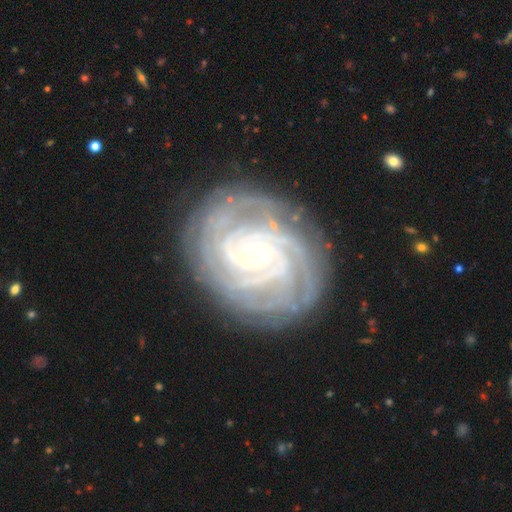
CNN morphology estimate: Smooth or featured? featured or disk (91%)
Edge-on disk? no (97%)
Bar? no (49%)
Spiral arms? yes (98%)
Spiral winding? tight (81%)
Spiral arm count? 4 (25%)
Bulge size? small (65%)
Merging? none (81%)